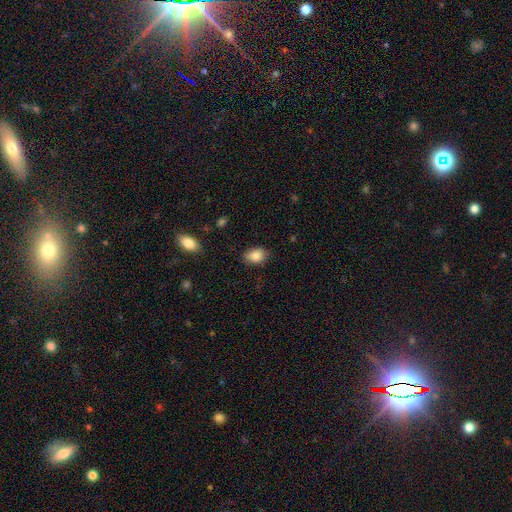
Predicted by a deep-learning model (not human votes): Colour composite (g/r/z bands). It shows a smooth galaxy with no disk features (87%) that is in between round and cigar-shaped (81%). Merging: none (81%).